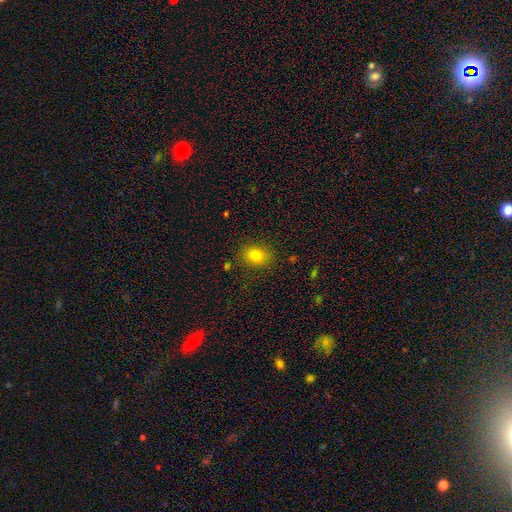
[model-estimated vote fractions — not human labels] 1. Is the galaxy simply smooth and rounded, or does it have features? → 80% smooth, 12% star or artifact, 8% featured or disk.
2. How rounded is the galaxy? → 51% in between, 48% round, 1% cigar-shaped.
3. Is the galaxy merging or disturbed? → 86% none, 9% minor disturbance, 3% major disturbance, 1% merger.